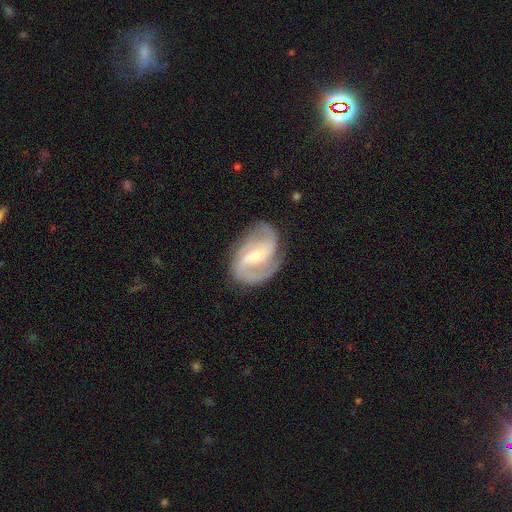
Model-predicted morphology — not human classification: Overall: featured or disk (88%). Edge-on disk: no (97%). Bar: weak (47%; strong 34%). Spiral arms: yes (97%). Spiral arm count: 2 (74%). Spiral winding: medium (51%; tight 27%). Bulge size: small (52%; moderate 43%). Merging: none (75%).